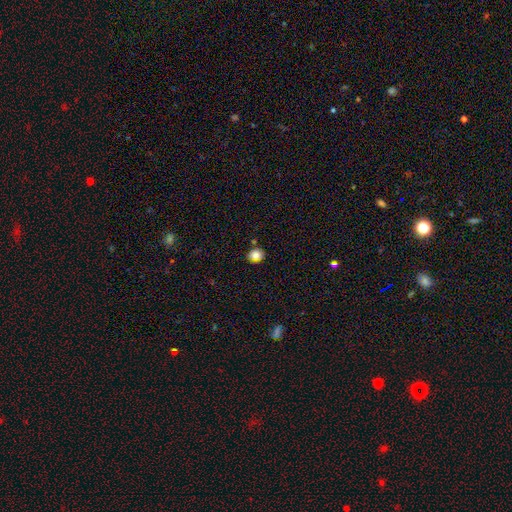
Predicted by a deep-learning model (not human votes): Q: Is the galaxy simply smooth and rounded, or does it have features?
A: smooth — 82%.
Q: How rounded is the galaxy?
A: round — 58%.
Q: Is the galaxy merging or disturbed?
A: none — 79%.